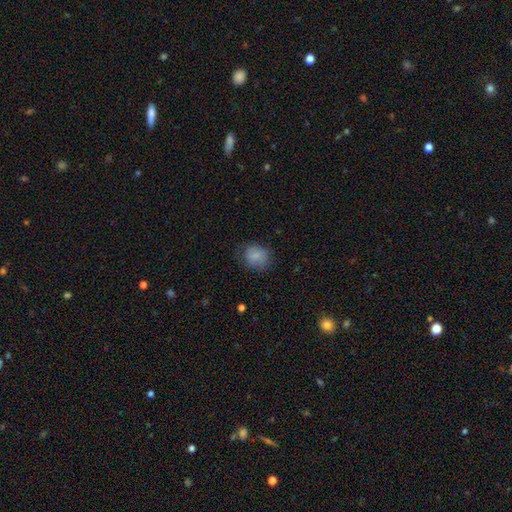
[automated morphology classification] This appears to be a smooth galaxy with no disk features (82%) that is round (69%). Merging: none (71%).